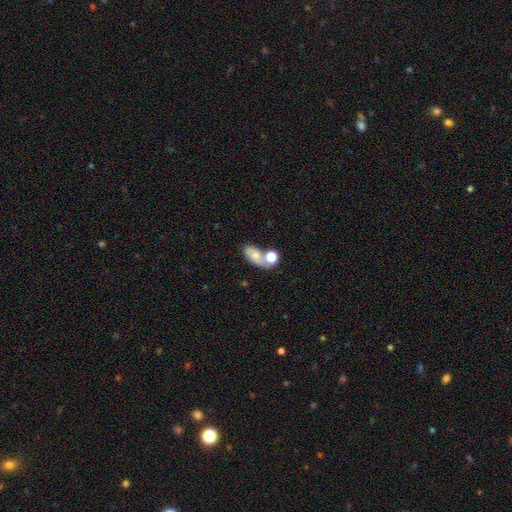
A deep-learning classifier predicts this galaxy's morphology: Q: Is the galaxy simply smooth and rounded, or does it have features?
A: smooth — 62%.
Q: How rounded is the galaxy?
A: in between — 81%.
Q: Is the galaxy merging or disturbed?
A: merger — 44%.